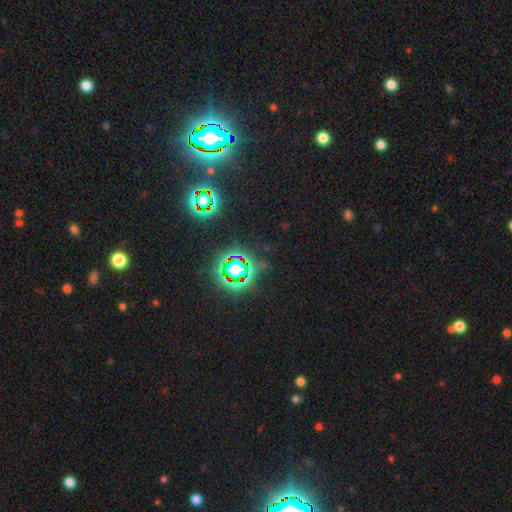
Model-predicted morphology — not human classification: The model was most divided on "smooth or featured": star or artifact: 82%, smooth: 12%, featured or disk: 7%.